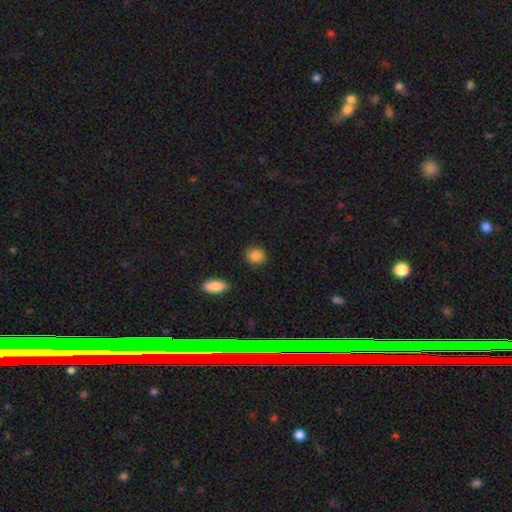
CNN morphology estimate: Q: Smooth or featured?
A: smooth (88%); runner-up: star or artifact (8%)
Q: How rounded?
A: round (62%); runner-up: in between (36%)
Q: Merging?
A: none (87%); runner-up: minor disturbance (9%)